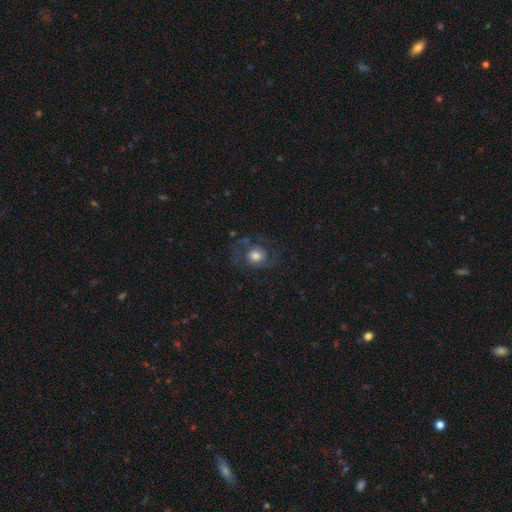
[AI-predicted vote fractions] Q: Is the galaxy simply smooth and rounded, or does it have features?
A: featured or disk — 46%.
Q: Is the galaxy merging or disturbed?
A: none — 59%.